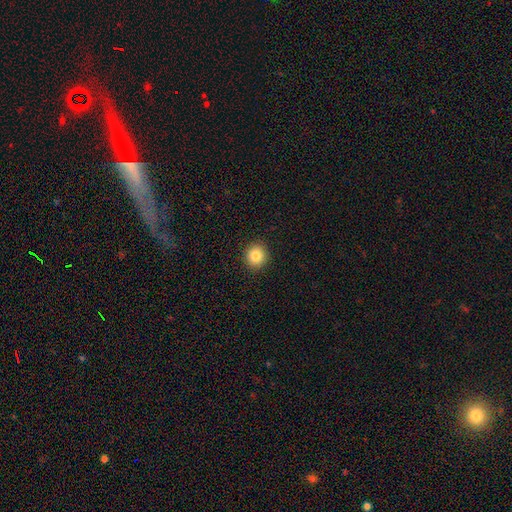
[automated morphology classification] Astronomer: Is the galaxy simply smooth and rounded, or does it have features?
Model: smooth — 84%.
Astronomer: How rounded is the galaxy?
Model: round — 90%.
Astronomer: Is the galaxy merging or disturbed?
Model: none — 92%.